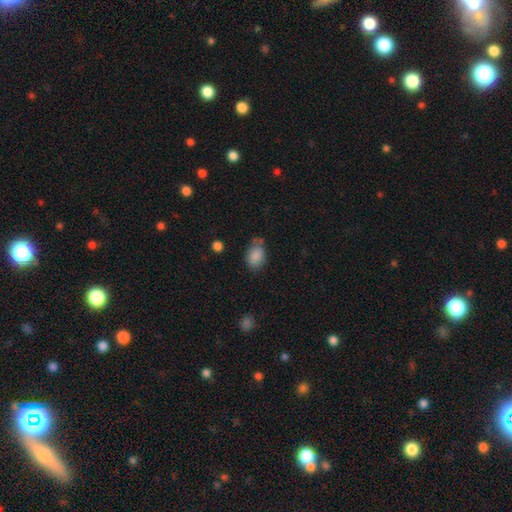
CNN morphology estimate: smooth 86%, star or artifact 8%, featured or disk 6%. Down the decision tree: how rounded — in between (81%); merging — none (60%).